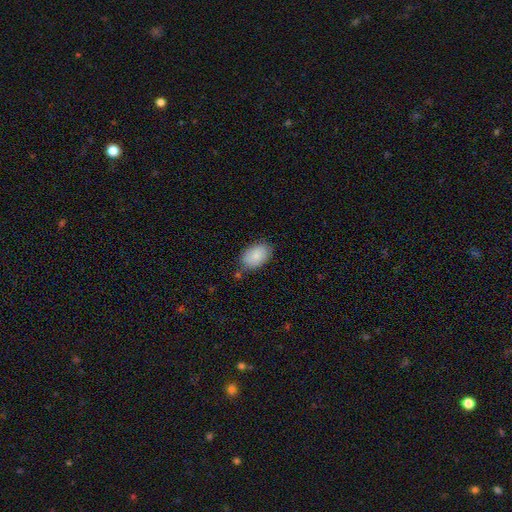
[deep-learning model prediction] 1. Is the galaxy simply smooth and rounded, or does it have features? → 86% smooth, 8% featured or disk, 7% star or artifact.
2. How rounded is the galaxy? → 91% in between, 8% round, 1% cigar-shaped.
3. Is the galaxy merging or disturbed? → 77% none, 17% minor disturbance, 3% major disturbance, 3% merger.